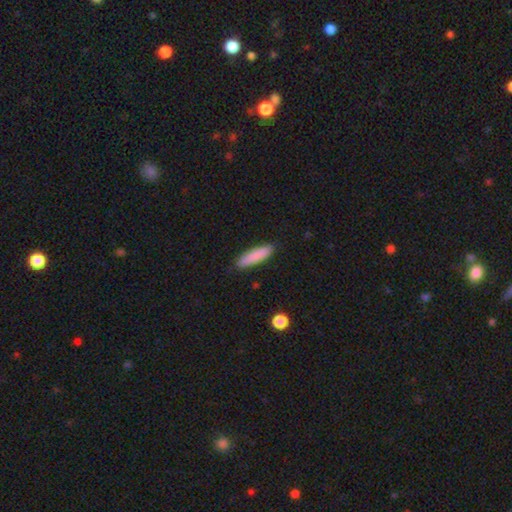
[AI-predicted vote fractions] This appears to be a smooth galaxy with no disk features (86%) that is cigar-shaped (75%). Merging: none (87%).